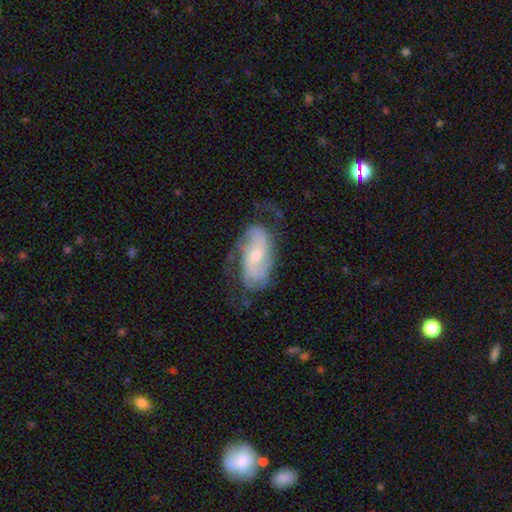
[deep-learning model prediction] Smooth or featured: featured or disk — 77% (smooth — 17%)
Edge-on disk: no — 94% (yes — 6%)
Bar: no — 48% (weak — 41%)
Spiral arms: yes — 92% (no — 8%)
Spiral winding: medium — 43% (tight — 30%)
Spiral arm count: 2 — 62% (can't tell — 20%)
Bulge size: moderate — 48% (small — 46%)
Merging: none — 59% (minor disturbance — 24%)